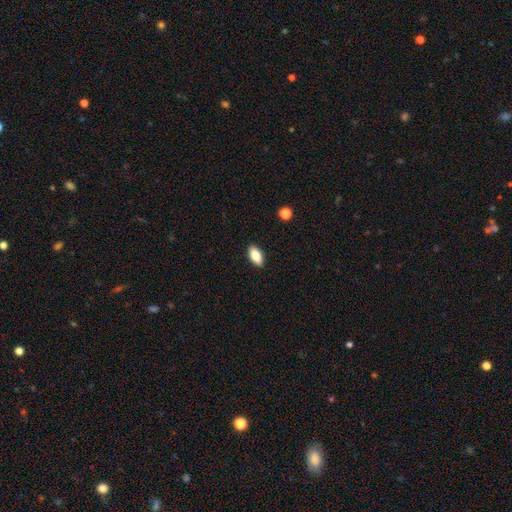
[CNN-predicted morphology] Q: Smooth or featured?
A: smooth (80%); runner-up: featured or disk (13%)
Q: How rounded?
A: in between (88%); runner-up: cigar-shaped (8%)
Q: Merging?
A: none (89%); runner-up: minor disturbance (8%)